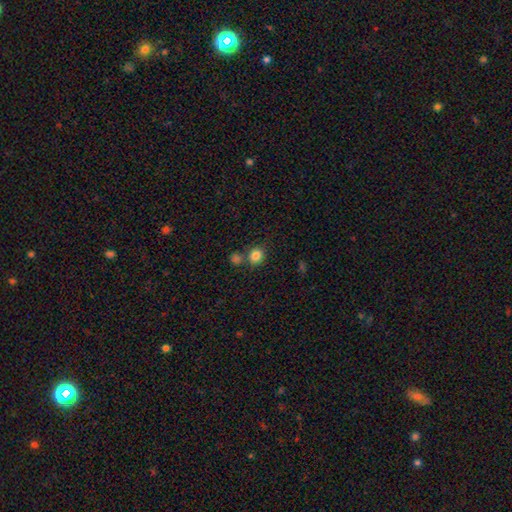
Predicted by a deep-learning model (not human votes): A smooth galaxy with no disk features (84%) that is round (84%).

Vote fractions:
- Smooth or featured? smooth: 84% / star or artifact: 11% / featured or disk: 5%
- How rounded? round: 84% / in between: 15% / cigar-shaped: 1%
- Merging? none: 70% / merger: 17% / minor disturbance: 9% / major disturbance: 3%